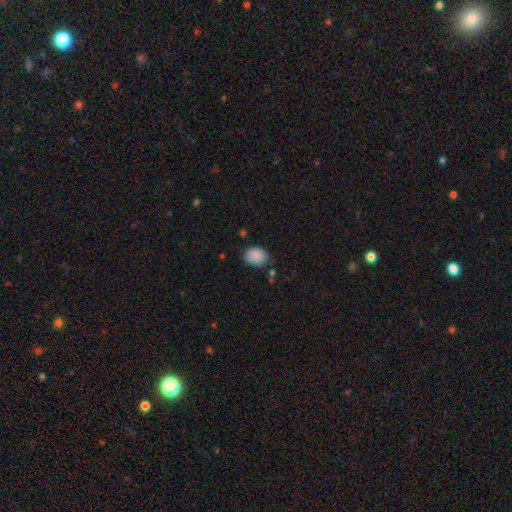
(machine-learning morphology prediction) Smooth or featured? Predicted: smooth (p=0.88). How rounded? Predicted: in between (p=0.64). Merging? Predicted: none (p=0.74).